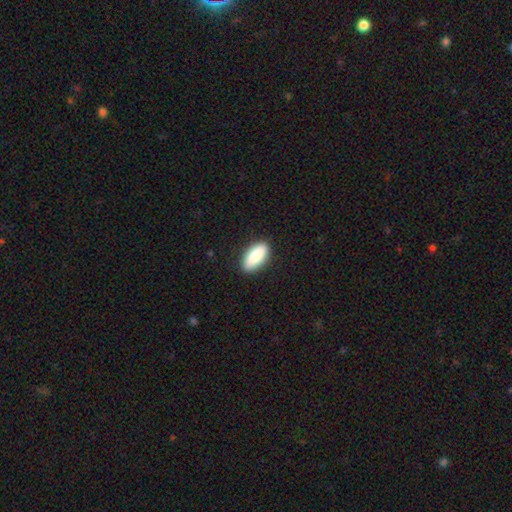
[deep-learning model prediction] Morphology: type=smooth (87%); roundness=in between (87%); merging=none (88%).